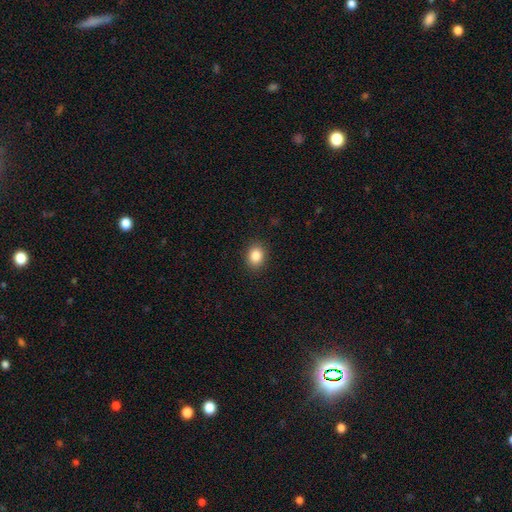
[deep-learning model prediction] Morphology: type=smooth (85%); roundness=in between (50%); merging=none (90%).